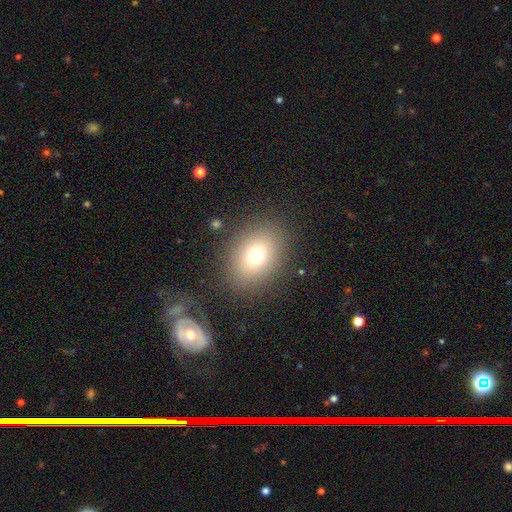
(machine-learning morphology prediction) smooth_or_featured: smooth (p=0.72) [alt: star or artifact p=0.16]
how_rounded: in between (p=0.58) [alt: round p=0.41]
merging: none (p=0.85) [alt: minor disturbance p=0.09]